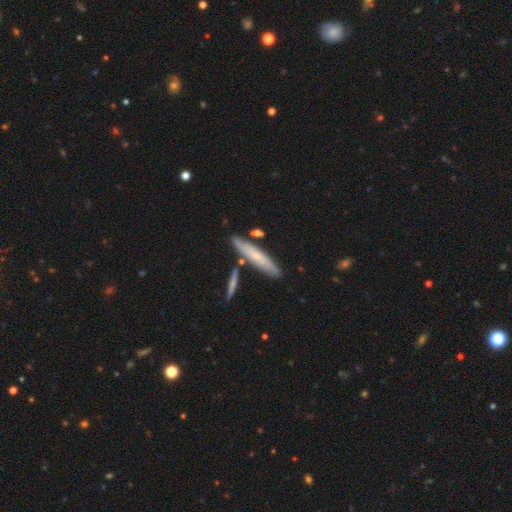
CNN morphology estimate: A smooth galaxy with no disk features (52%) that is cigar-shaped (87%).

Vote fractions:
- Smooth or featured? smooth: 52% / featured or disk: 42% / star or artifact: 6%
- How rounded? cigar-shaped: 87% / in between: 11% / round: 2%
- Merging? none: 77% / minor disturbance: 12% / merger: 9% / major disturbance: 2%